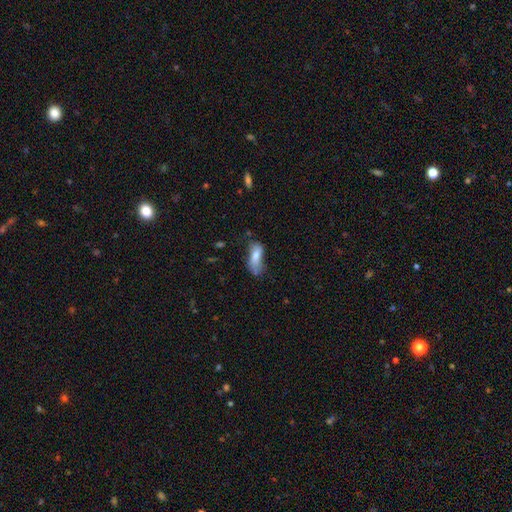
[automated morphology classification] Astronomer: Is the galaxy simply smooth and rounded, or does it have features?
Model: smooth — 74%.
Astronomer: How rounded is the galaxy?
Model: in between — 78%.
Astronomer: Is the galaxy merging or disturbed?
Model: none — 43% (runner-up: minor disturbance, 33%).